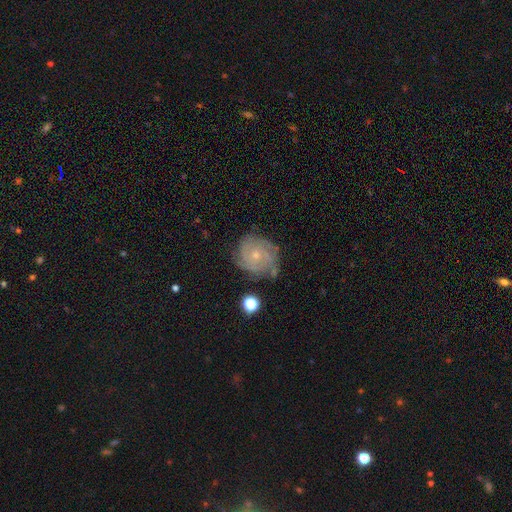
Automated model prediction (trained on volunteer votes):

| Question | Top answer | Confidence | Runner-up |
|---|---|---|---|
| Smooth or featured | featured or disk | 79% | smooth (14%) |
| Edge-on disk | no | 98% | yes (2%) |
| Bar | no | 78% | weak (19%) |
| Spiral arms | yes | 95% | no (5%) |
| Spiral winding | tight | 69% | medium (26%) |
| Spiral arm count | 3 | 30% | can't tell (26%) |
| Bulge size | small | 71% | moderate (25%) |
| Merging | none | 72% | minor disturbance (19%) |